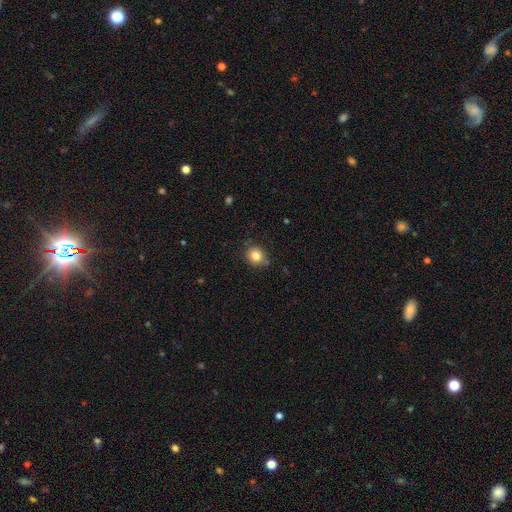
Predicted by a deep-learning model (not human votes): A smooth galaxy with no disk features (82%) that is round (85%).

Vote fractions:
- Smooth or featured? smooth: 82% / star or artifact: 11% / featured or disk: 7%
- How rounded? round: 85% / in between: 14% / cigar-shaped: 1%
- Merging? none: 83% / minor disturbance: 11% / merger: 3% / major disturbance: 3%